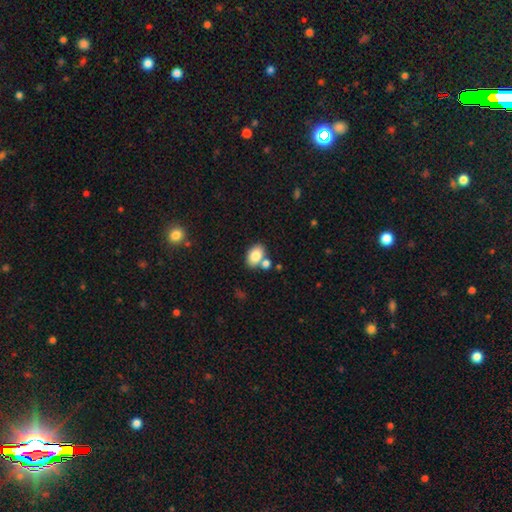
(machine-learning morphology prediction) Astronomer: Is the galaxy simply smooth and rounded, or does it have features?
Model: smooth — 83%.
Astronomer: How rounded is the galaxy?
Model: in between — 84%.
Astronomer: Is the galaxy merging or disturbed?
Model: none — 63%.